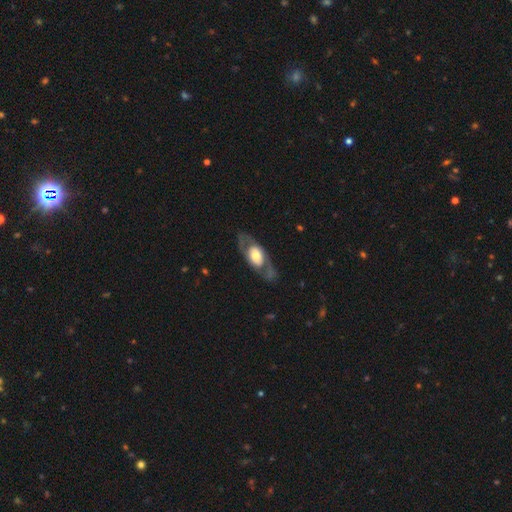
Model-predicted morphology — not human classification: type=featured or disk (63%); edge-on=no (82%); bar=no (79%); spiral arms=no (63%); bulge=moderate (42%); merging=none (71%).